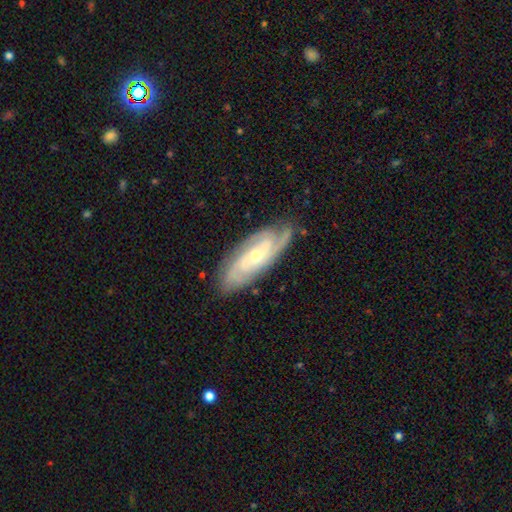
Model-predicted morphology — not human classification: featured or disk 86%, smooth 9%, star or artifact 5%. Down the decision tree: edge-on disk — no (91%); bar — no (56%); spiral arms — yes (97%); spiral arm count — 3 (35%); spiral winding — tight (57%); bulge size — small (58%); merging — none (79%).